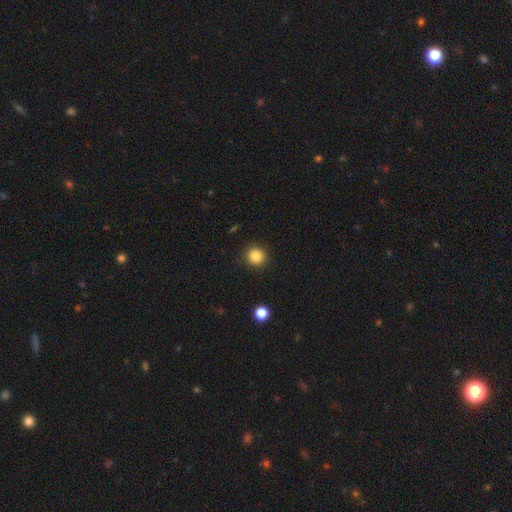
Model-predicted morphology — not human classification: A smooth galaxy with no disk features (84%) that is round (94%).

Vote fractions:
- Smooth or featured? smooth: 84% / star or artifact: 11% / featured or disk: 5%
- How rounded? round: 94% / in between: 5% / cigar-shaped: 1%
- Merging? none: 91% / minor disturbance: 6% / major disturbance: 2% / merger: 1%